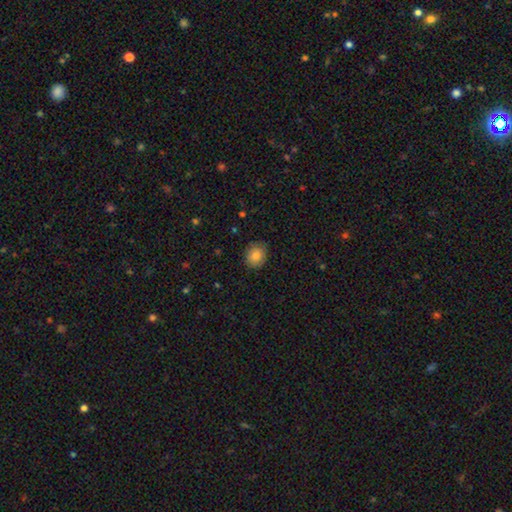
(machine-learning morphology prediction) Smooth or featured? smooth (83%)
How rounded? round (57%)
Merging? none (85%)